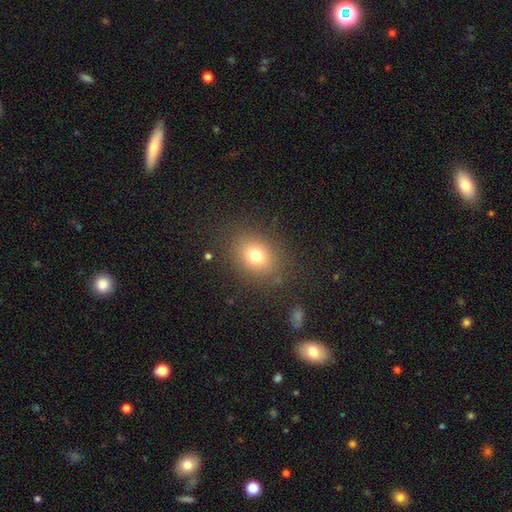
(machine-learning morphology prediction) This is likely a smooth galaxy (74%). How rounded: possibly in between (56%). Merging: clearly none (83%).